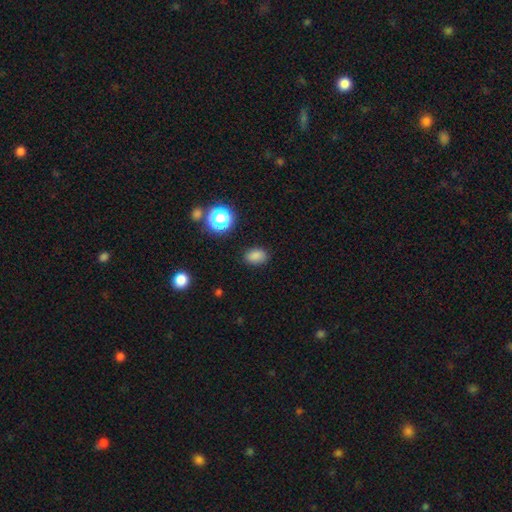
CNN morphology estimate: The model was most divided on "how rounded": in between: 76%, round: 23%, cigar-shaped: 1%. More confident: merging — none (84%); smooth or featured — smooth (80%).